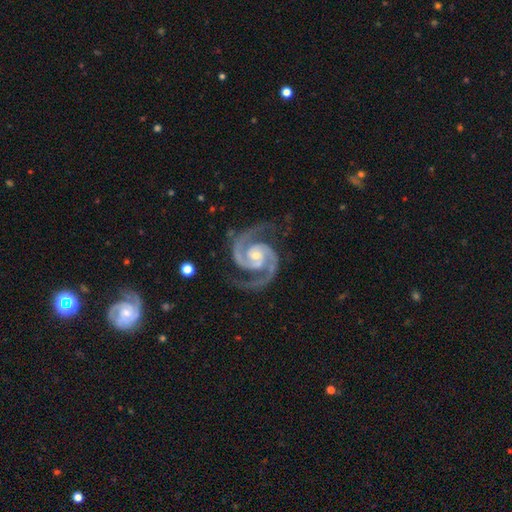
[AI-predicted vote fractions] smooth-or-featured: featured or disk: 95% | star or artifact: 3% | smooth: 2%
  disk-edge-on: no: 98% | yes: 2%
    bar: no: 59% | weak: 28% | strong: 14%
    has-spiral-arms: yes: 99% | no: 1%
      spiral-winding: medium: 58% | tight: 37% | loose: 6%
      spiral-arm-count: 2: 94% | 3: 2% | can't tell: 1% | 1: 1% | 4: 1% | more than 4: 1%
    bulge-size: small: 53% | moderate: 43% | none: 2% | large: 2% | dominant: 1%
  merging: none: 81% | minor disturbance: 13% | major disturbance: 4% | merger: 2%